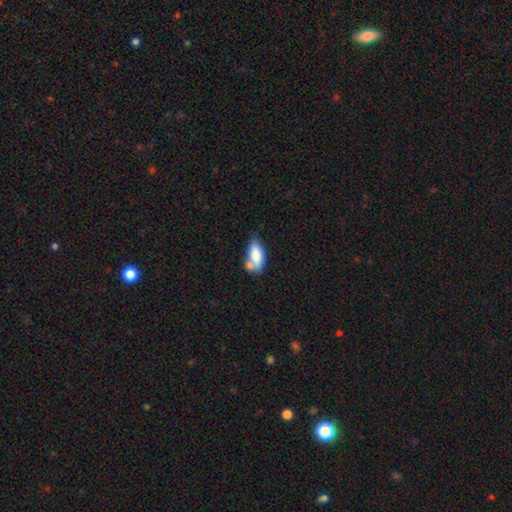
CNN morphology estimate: Q: Smooth or featured?
A: smooth (76%); runner-up: featured or disk (17%)
Q: How rounded?
A: in between (84%); runner-up: cigar-shaped (13%)
Q: Merging?
A: none (40%); runner-up: merger (30%)